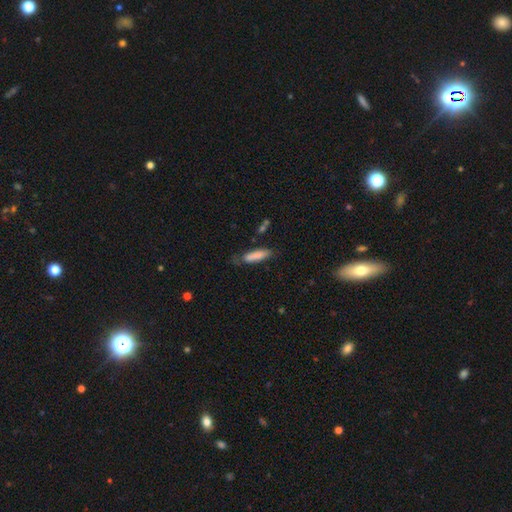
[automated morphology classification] This is clearly a smooth galaxy (82%). How rounded: likely cigar-shaped (66%). Merging: likely none (62%).